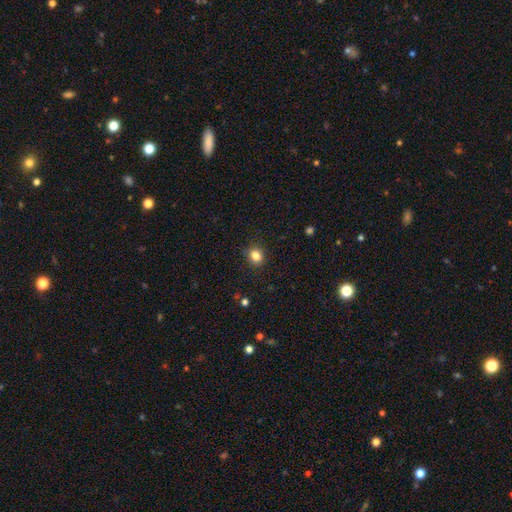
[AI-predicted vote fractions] Morphology: type=smooth (84%); roundness=round (60%); merging=none (88%).